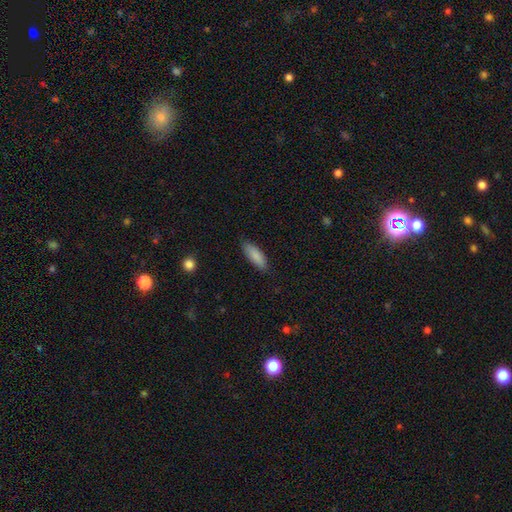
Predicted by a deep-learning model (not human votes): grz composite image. It shows a smooth galaxy with no disk features (87%) that is in between round and cigar-shaped (62%). Merging: none (84%).